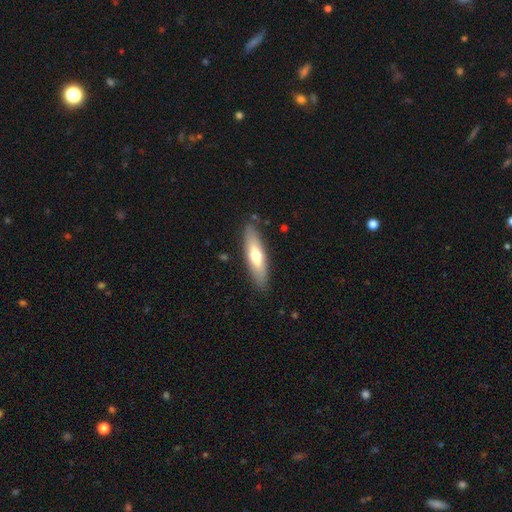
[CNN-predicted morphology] Smooth or featured? Predicted: smooth (p=0.61). How rounded? Predicted: cigar-shaped (p=0.60). Merging? Predicted: none (p=0.86).